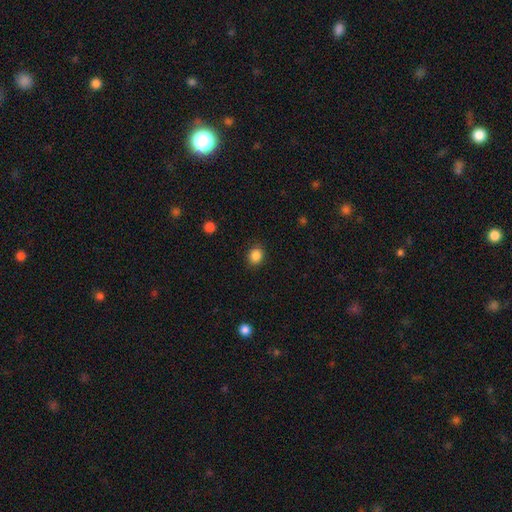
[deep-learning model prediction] Smooth or featured: smooth — 86% (star or artifact — 10%)
How rounded: round — 69% (in between — 30%)
Merging: none — 89% (minor disturbance — 8%)